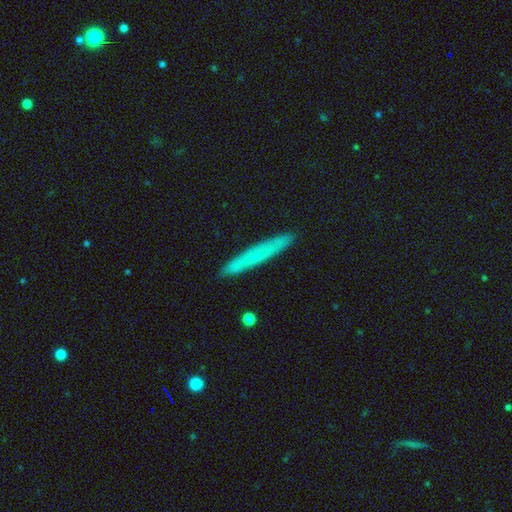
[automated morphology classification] Smooth or featured?
  - smooth: 61% *
  - featured or disk: 32%
  - star or artifact: 7%
How rounded?
  - cigar-shaped: 96% *
  - in between: 3%
  - round: 1%
Merging?
  - none: 90% *
  - minor disturbance: 7%
  - major disturbance: 1%
  - merger: 1%